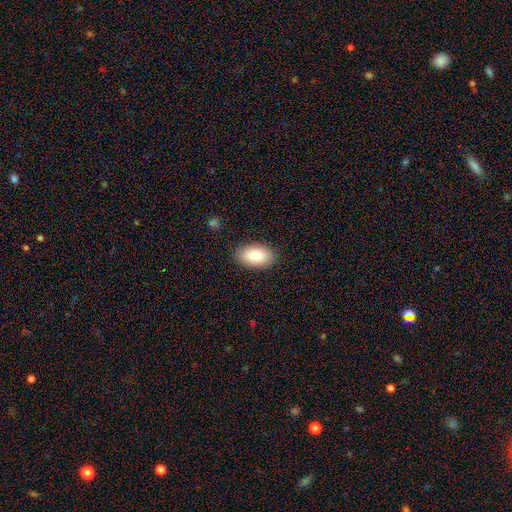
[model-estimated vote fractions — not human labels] Smooth or featured?
  - smooth: 82% *
  - featured or disk: 11%
  - star or artifact: 7%
How rounded?
  - in between: 93% *
  - round: 6%
  - cigar-shaped: 1%
Merging?
  - none: 88% *
  - minor disturbance: 9%
  - major disturbance: 2%
  - merger: 1%